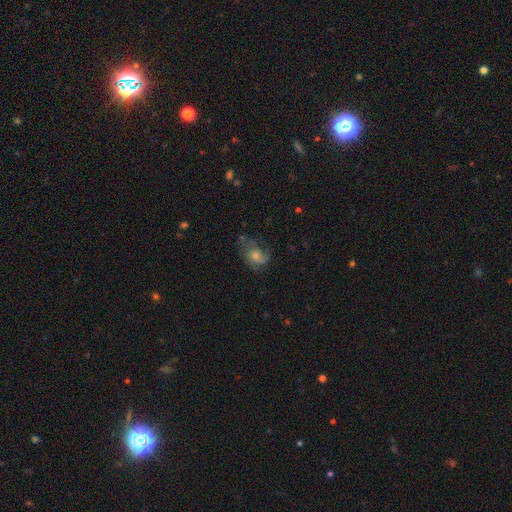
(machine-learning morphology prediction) smooth_or_featured: featured or disk (p=0.43) [alt: smooth p=0.41]
merging: none (p=0.51) [alt: minor disturbance p=0.27]